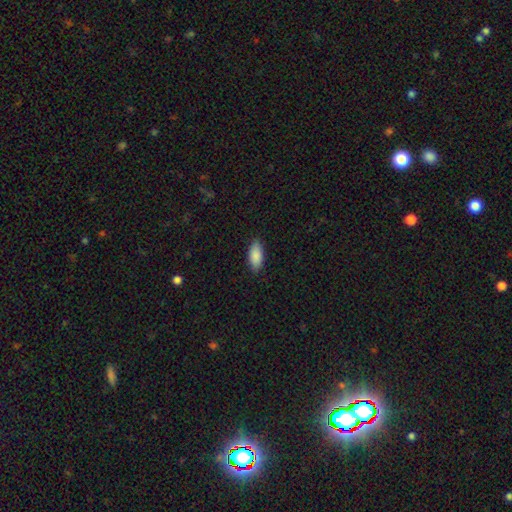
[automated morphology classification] The model was most divided on "how rounded": in between: 88%, cigar-shaped: 10%, round: 2%. More confident: smooth or featured — smooth (89%); merging — none (88%).